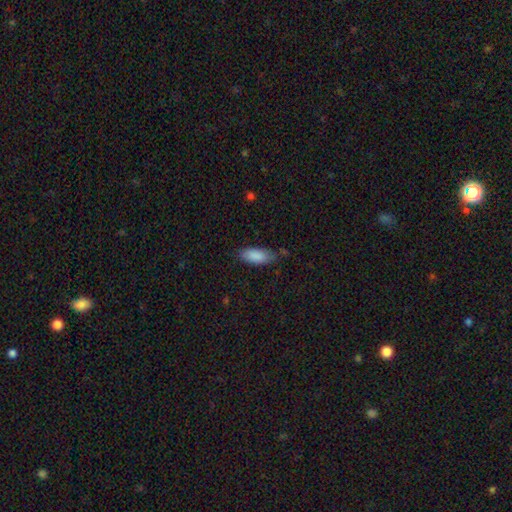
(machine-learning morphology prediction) smooth_or_featured: smooth (p=0.88) [alt: star or artifact p=0.06]
how_rounded: in between (p=0.82) [alt: cigar-shaped p=0.16]
merging: none (p=0.71) [alt: minor disturbance p=0.22]